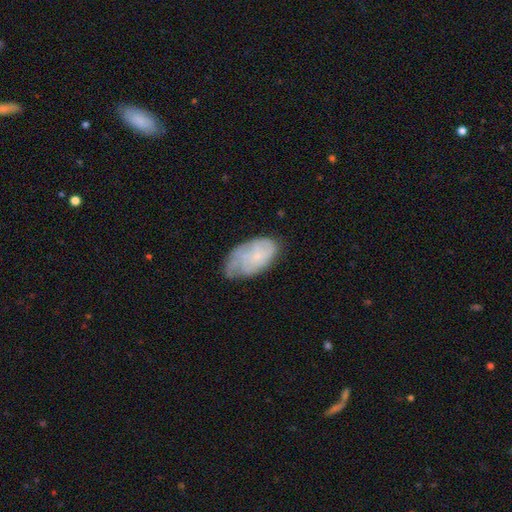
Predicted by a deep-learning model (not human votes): A featured or disk galaxy (53%) with no bar (80%), spiral arms (75%) and a small central bulge (73%). Merging: none (50%).